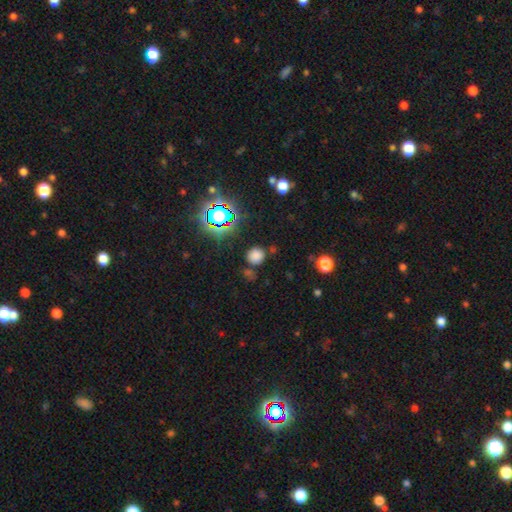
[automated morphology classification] type=smooth (72%); roundness=round (88%); merging=none (80%).